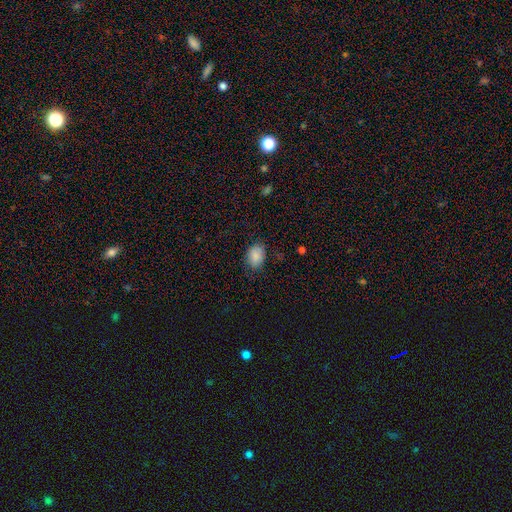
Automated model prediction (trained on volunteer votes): Smooth or featured? smooth (87%)
How rounded? in between (74%)
Merging? none (78%)